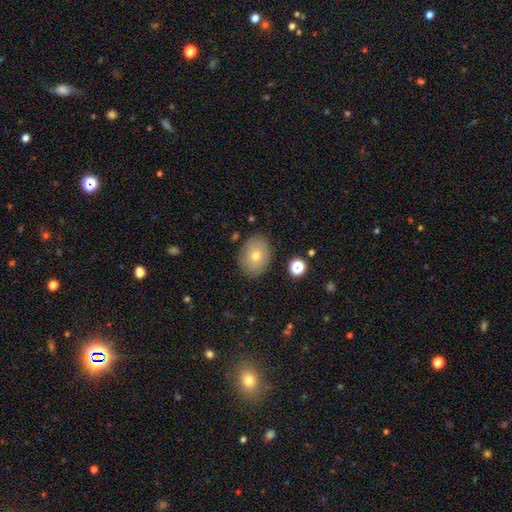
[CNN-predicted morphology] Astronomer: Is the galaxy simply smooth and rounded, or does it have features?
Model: smooth — 69%.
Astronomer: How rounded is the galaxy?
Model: in between — 59% (runner-up: round, 40%).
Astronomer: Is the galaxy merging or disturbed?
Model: none — 85%.